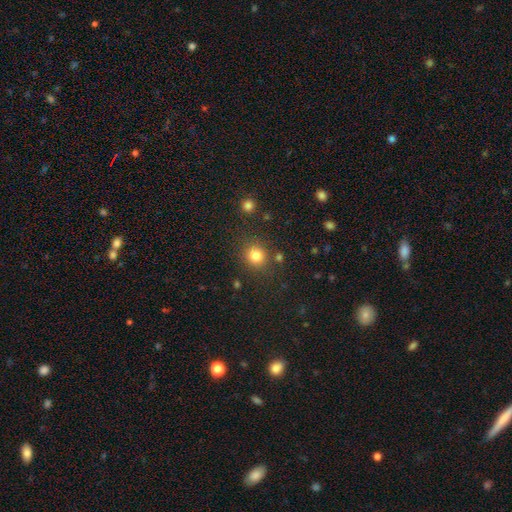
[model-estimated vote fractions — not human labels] Morphology: type=smooth (83%); roundness=round (84%); merging=none (81%).